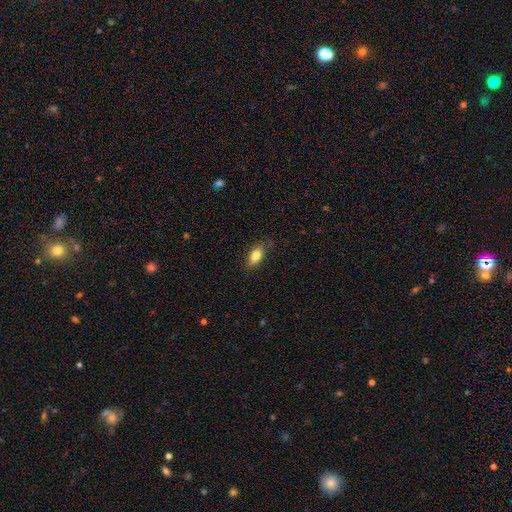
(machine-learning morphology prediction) smooth_or_featured: smooth (p=0.82) [alt: featured or disk p=0.10]
how_rounded: in between (p=0.87) [alt: round p=0.06]
merging: none (p=0.81) [alt: minor disturbance p=0.14]